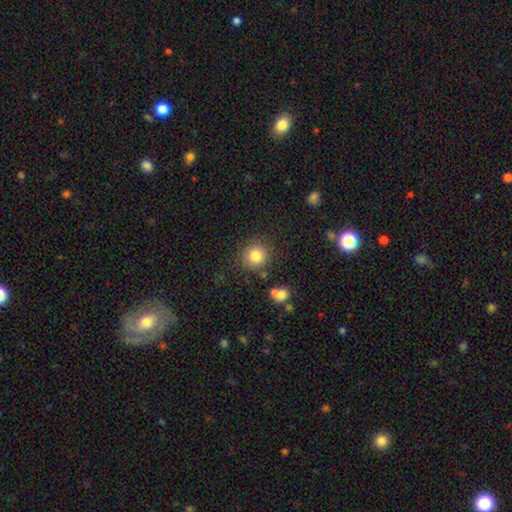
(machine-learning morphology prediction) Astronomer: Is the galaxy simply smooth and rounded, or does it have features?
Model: smooth — 83%.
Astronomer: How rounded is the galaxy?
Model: round — 88%.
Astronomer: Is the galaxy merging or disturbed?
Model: none — 82%.